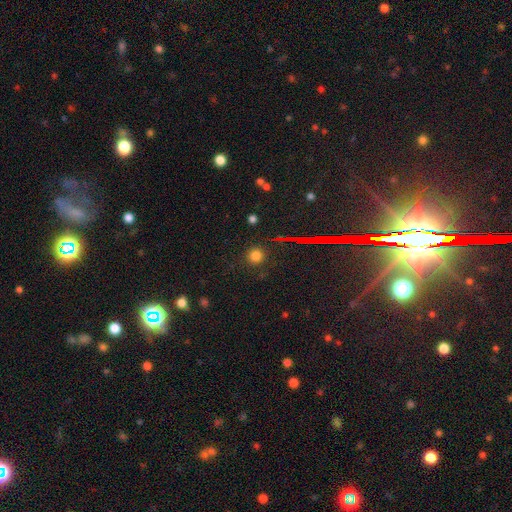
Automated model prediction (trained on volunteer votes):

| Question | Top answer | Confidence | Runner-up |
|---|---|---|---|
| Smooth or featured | smooth | 75% | star or artifact (19%) |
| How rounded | round | 93% | in between (6%) |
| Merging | none | 88% | minor disturbance (7%) |